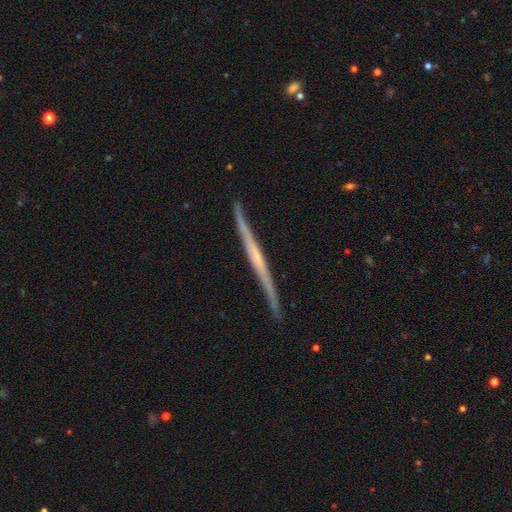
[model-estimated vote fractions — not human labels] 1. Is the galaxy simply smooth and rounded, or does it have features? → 74% featured or disk, 21% smooth, 5% star or artifact.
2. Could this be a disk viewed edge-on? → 97% yes, 3% no.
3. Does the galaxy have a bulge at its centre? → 66% none, 25% rounded, 9% boxy.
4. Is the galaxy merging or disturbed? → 88% none, 9% minor disturbance, 2% major disturbance, 1% merger.